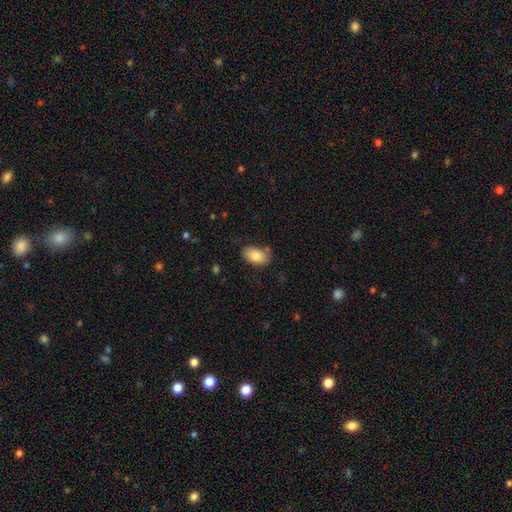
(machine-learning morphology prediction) Smooth or featured: smooth — 85% (featured or disk — 8%)
How rounded: in between — 93% (round — 6%)
Merging: none — 80% (minor disturbance — 14%)